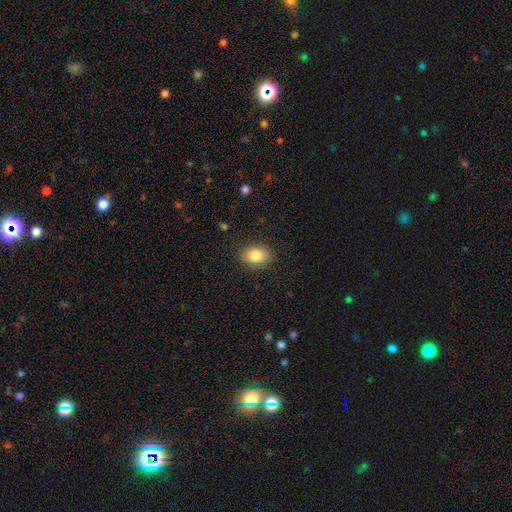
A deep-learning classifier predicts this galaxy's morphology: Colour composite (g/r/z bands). It shows a smooth galaxy with no disk features (83%) that is in between round and cigar-shaped (72%). Merging: none (84%).